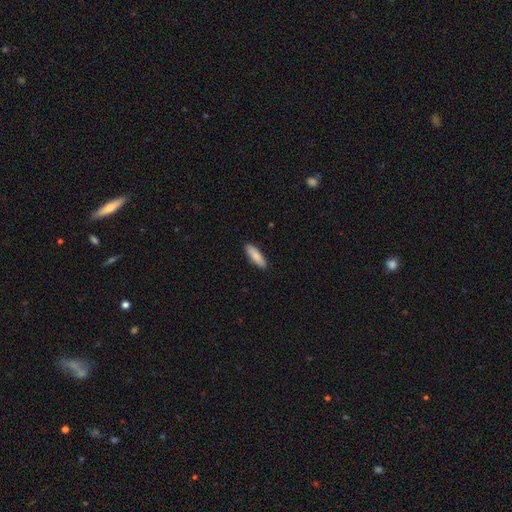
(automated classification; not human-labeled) Smooth or featured? Predicted: smooth (p=0.87). How rounded? Predicted: cigar-shaped (p=0.53). Merging? Predicted: none (p=0.90).